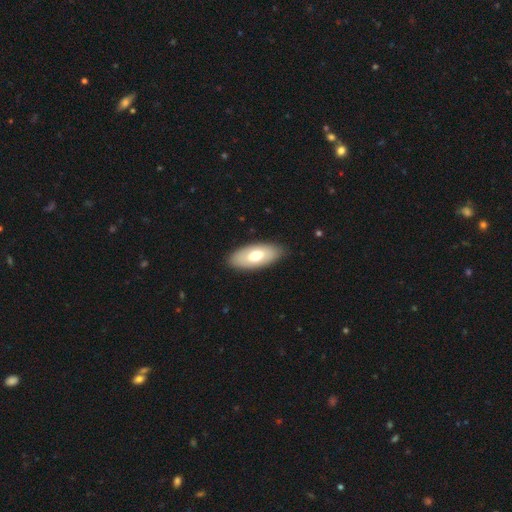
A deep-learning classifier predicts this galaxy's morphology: Smooth or featured? Predicted: smooth (p=0.66). How rounded? Predicted: in between (p=0.91). Merging? Predicted: none (p=0.87).